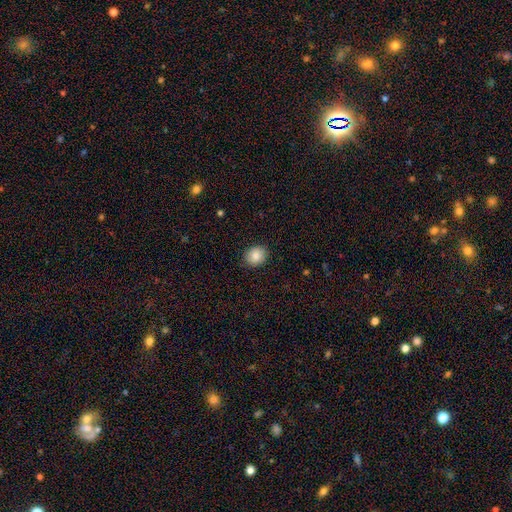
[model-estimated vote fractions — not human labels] Q: Smooth or featured?
A: smooth (86%); runner-up: star or artifact (9%)
Q: How rounded?
A: round (72%); runner-up: in between (27%)
Q: Merging?
A: none (90%); runner-up: minor disturbance (7%)